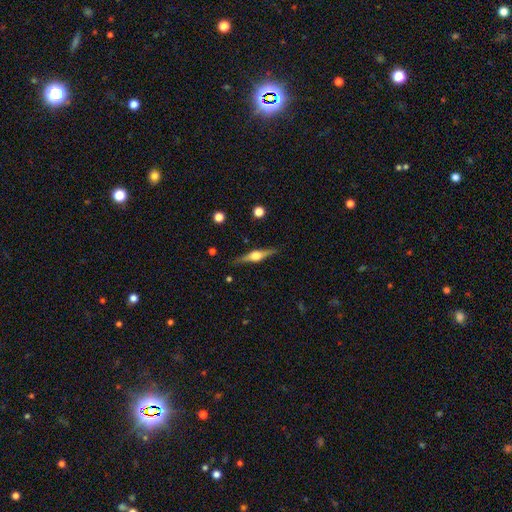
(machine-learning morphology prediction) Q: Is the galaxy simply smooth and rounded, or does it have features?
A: featured or disk — 74%.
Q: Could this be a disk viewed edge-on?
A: yes — 97%.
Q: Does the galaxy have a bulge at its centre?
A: rounded — 88%.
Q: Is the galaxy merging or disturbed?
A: none — 87%.